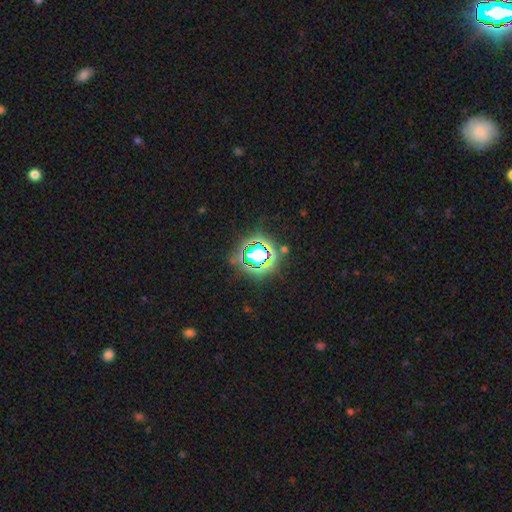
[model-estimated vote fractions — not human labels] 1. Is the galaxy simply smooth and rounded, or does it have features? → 77% star or artifact, 15% smooth, 8% featured or disk.